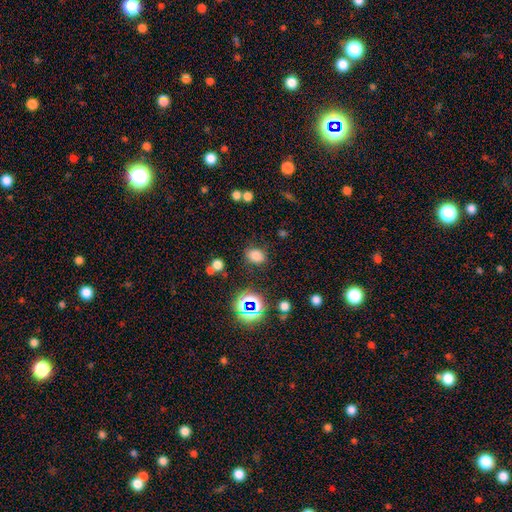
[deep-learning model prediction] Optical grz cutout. It shows a smooth galaxy with no disk features (74%) that is in between round and cigar-shaped (59%). Merging: none (79%).